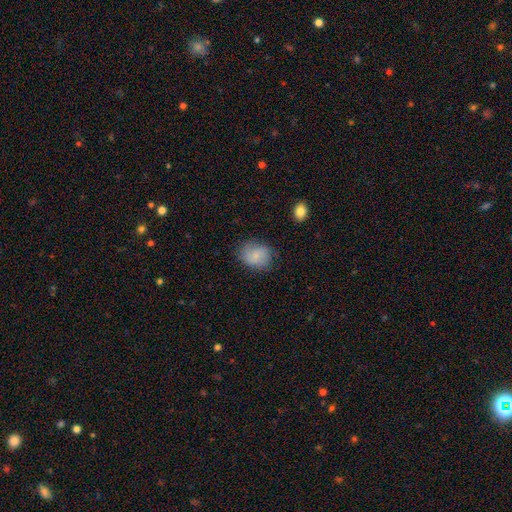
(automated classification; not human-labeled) Morphology: type=smooth (77%); roundness=round (56%); merging=none (73%).